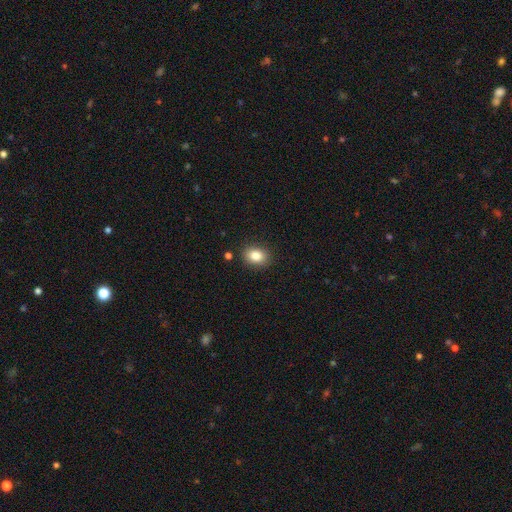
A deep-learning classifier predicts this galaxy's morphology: Overall: smooth (84%). How rounded: in between (62%; round 37%). Merging: none (87%).